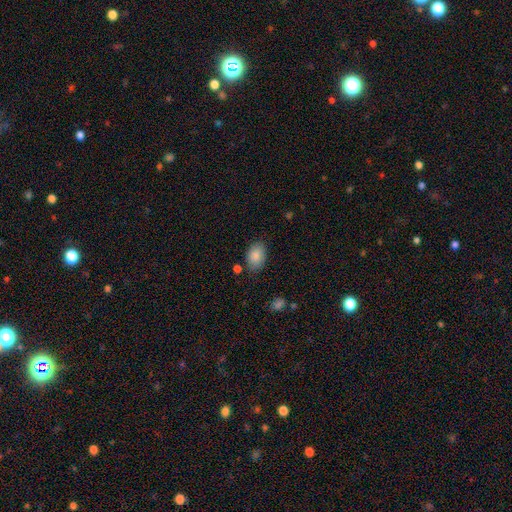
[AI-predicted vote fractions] smooth_or_featured: smooth (p=0.87) [alt: star or artifact p=0.07]
how_rounded: in between (p=0.87) [alt: round p=0.12]
merging: none (p=0.79) [alt: minor disturbance p=0.15]